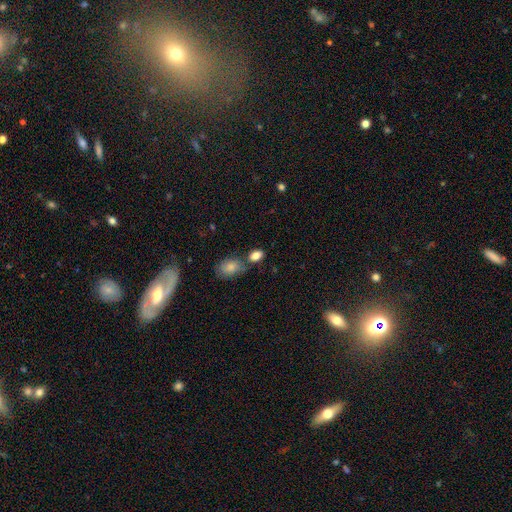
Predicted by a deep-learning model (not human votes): The model was most divided on "merging": none: 61%, merger: 21%, minor disturbance: 14%, major disturbance: 4%. More confident: smooth or featured — smooth (85%); how rounded — in between (84%).